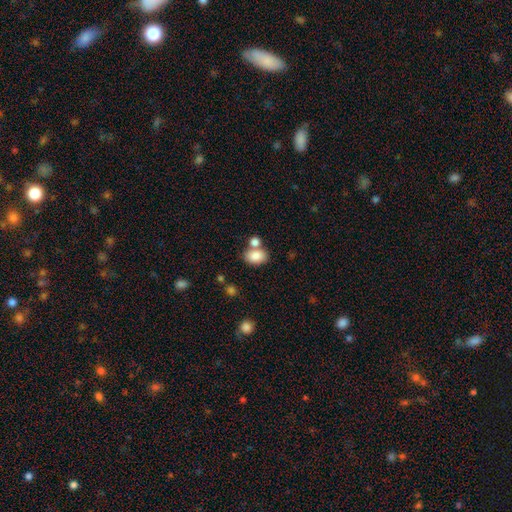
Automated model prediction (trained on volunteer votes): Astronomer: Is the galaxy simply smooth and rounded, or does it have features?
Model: smooth — 84%.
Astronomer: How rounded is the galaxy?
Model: in between — 80%.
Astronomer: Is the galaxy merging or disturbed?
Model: none — 56%.